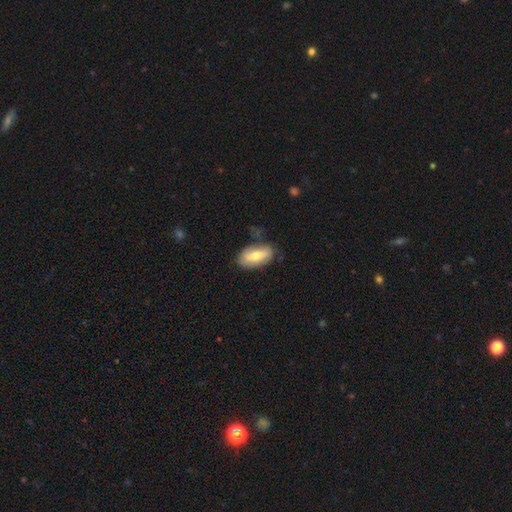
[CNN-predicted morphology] Smooth or featured? Predicted: smooth (p=0.67). How rounded? Predicted: in between (p=0.88). Merging? Predicted: none (p=0.74).